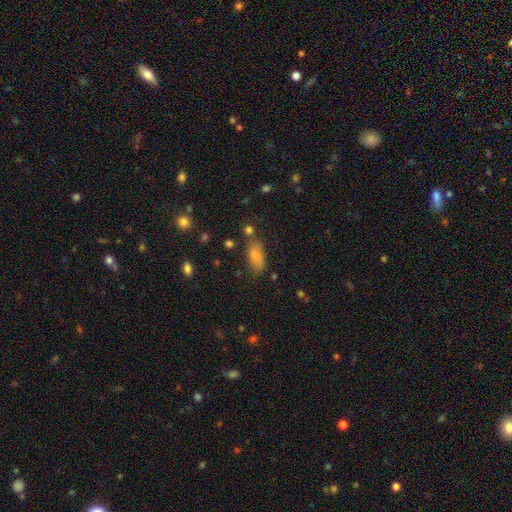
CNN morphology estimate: Smooth or featured? smooth (81%)
How rounded? in between (84%)
Merging? none (62%)